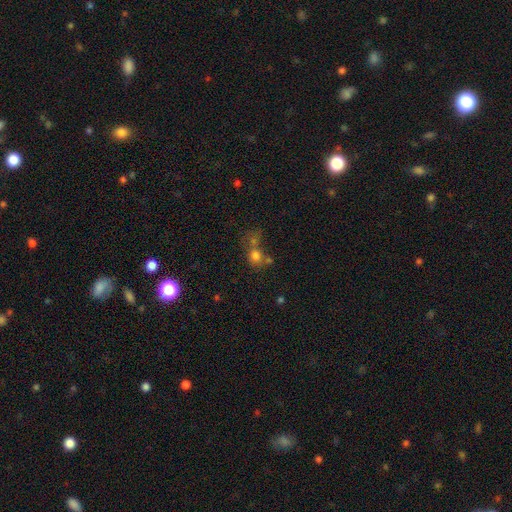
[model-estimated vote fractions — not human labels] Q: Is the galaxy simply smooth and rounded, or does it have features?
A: smooth — 73%.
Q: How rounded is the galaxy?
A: round — 73%.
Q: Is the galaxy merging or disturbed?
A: merger — 46%.